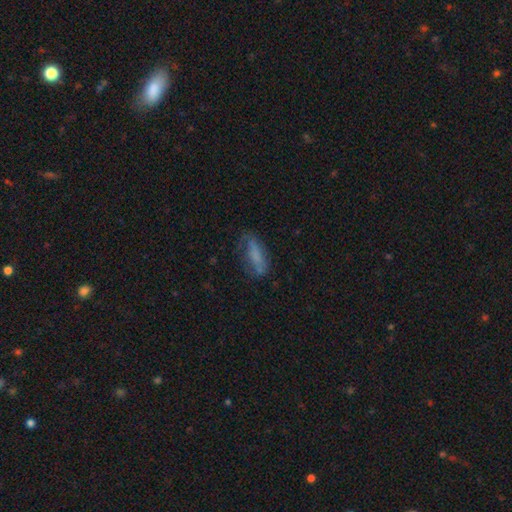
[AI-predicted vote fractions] Q: Smooth or featured?
A: smooth (62%); runner-up: featured or disk (27%)
Q: How rounded?
A: in between (62%); runner-up: cigar-shaped (35%)
Q: Merging?
A: none (49%); runner-up: minor disturbance (28%)